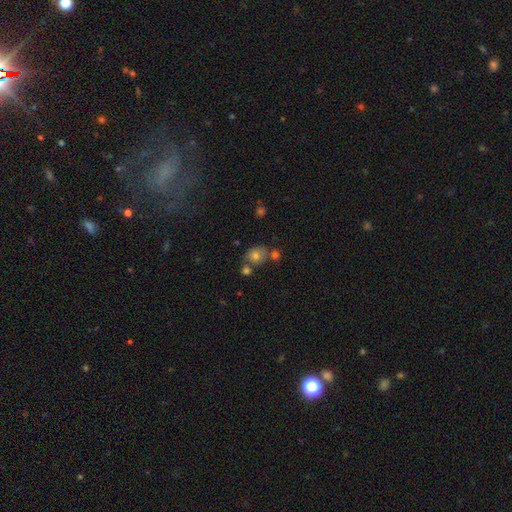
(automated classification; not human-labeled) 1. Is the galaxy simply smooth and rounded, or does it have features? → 69% smooth, 16% star or artifact, 15% featured or disk.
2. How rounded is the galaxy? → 69% round, 30% in between, 1% cigar-shaped.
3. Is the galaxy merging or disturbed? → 59% none, 22% merger, 14% minor disturbance, 5% major disturbance.